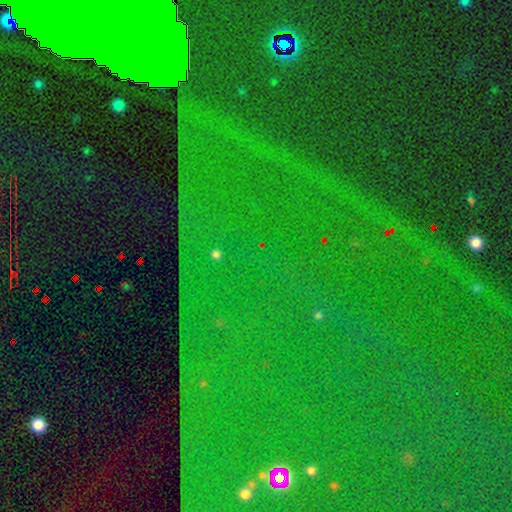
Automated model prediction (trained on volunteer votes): Smooth or featured? star or artifact (86%)